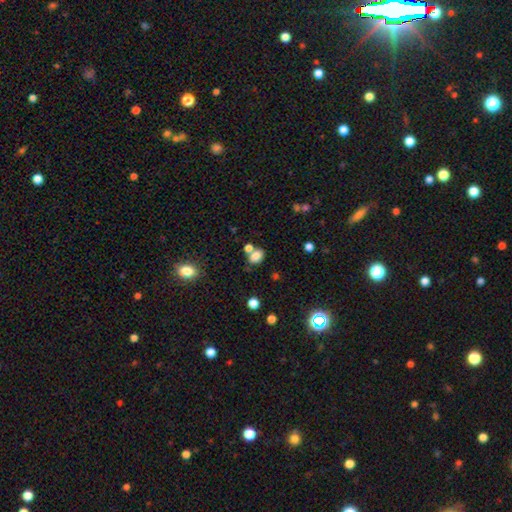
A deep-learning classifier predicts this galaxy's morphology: smooth 80%, star or artifact 12%, featured or disk 8%. Down the decision tree: how rounded — in between (70%); merging — none (53%).